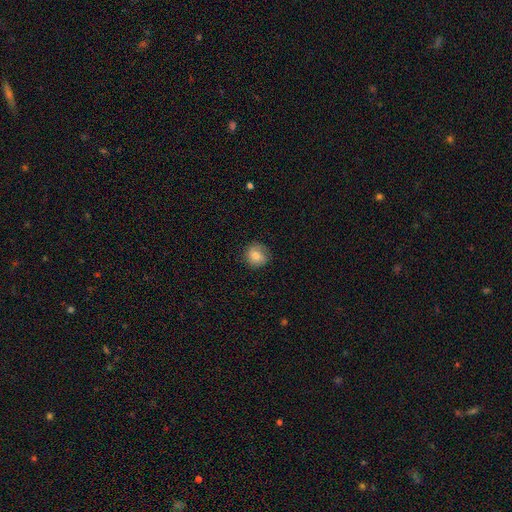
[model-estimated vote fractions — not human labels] A smooth galaxy with no disk features (75%) that is round (85%).

Vote fractions:
- Smooth or featured? smooth: 75% / featured or disk: 16% / star or artifact: 9%
- How rounded? round: 85% / in between: 14% / cigar-shaped: 1%
- Merging? none: 79% / minor disturbance: 15% / major disturbance: 4% / merger: 1%